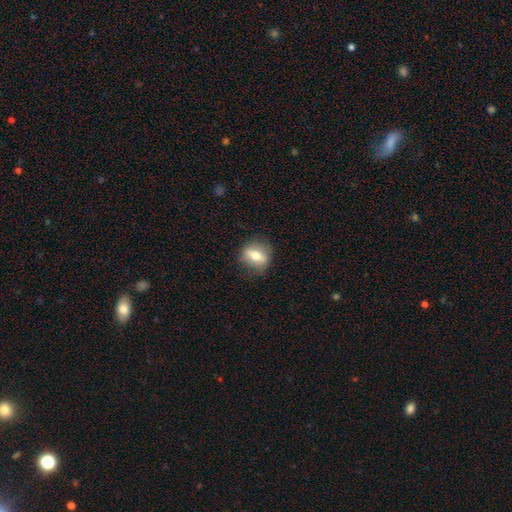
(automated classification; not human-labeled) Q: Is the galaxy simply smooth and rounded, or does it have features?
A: smooth — 57%.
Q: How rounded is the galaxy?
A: round — 62%.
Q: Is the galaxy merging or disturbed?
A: none — 83%.